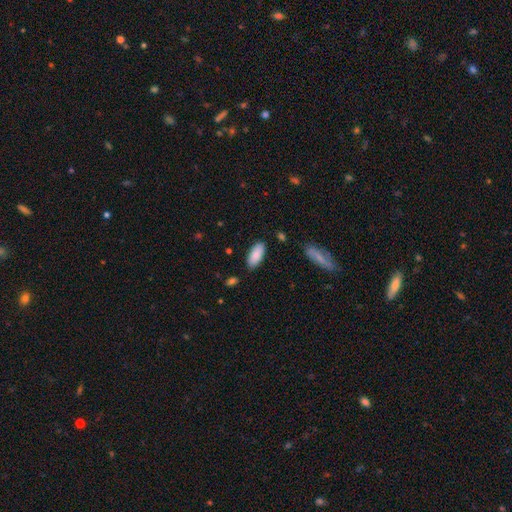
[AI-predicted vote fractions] Smooth or featured? Predicted: smooth (p=0.85). How rounded? Predicted: in between (p=0.83). Merging? Predicted: none (p=0.84).